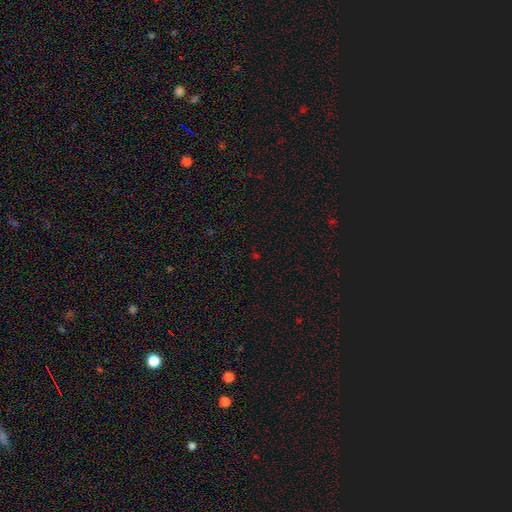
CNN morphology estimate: smooth_or_featured: star or artifact (p=0.63) [alt: smooth p=0.30]